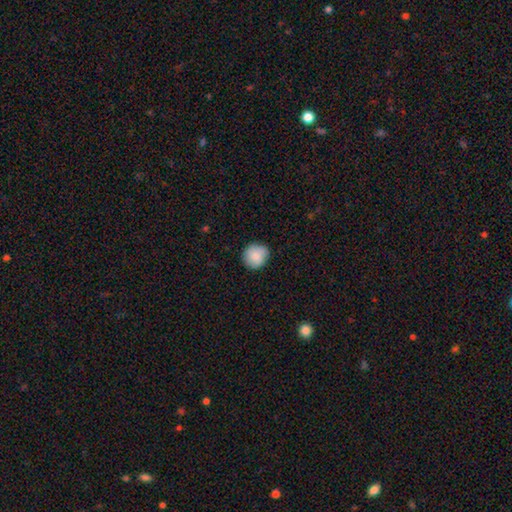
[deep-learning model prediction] The model was most divided on "merging": none: 80%, minor disturbance: 16%, major disturbance: 3%, merger: 1%. More confident: how rounded — round (90%); smooth or featured — smooth (85%).